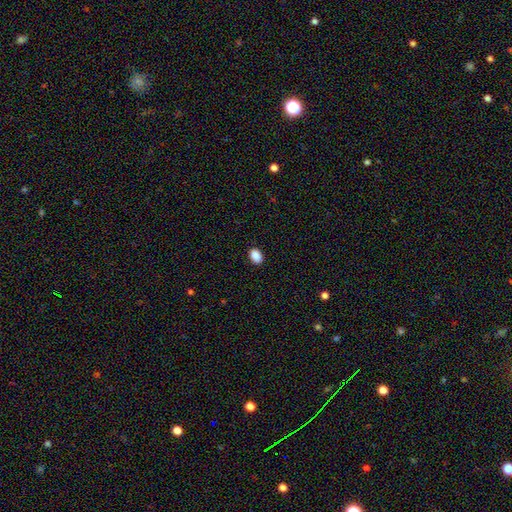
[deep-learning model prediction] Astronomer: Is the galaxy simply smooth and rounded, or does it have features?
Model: smooth — 90%.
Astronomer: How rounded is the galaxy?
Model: in between — 82%.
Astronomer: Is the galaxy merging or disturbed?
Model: none — 90%.